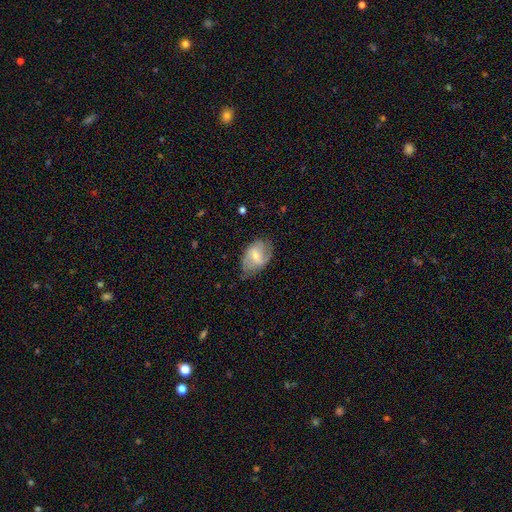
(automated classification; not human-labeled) Overall: featured or disk (59%; smooth 34%). Edge-on disk: no (96%). Bar: weak (53%; no 27%). Spiral arms: yes (84%). Bulge size: small (48%; moderate 46%). Merging: none (61%; minor disturbance 28%).